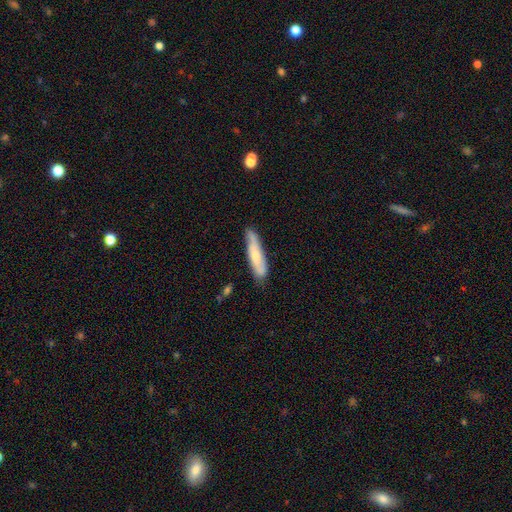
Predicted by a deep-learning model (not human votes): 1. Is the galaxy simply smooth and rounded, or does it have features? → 56% smooth, 38% featured or disk, 6% star or artifact.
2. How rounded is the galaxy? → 79% cigar-shaped, 20% in between, 2% round.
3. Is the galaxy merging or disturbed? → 70% none, 23% minor disturbance, 5% major disturbance, 2% merger.